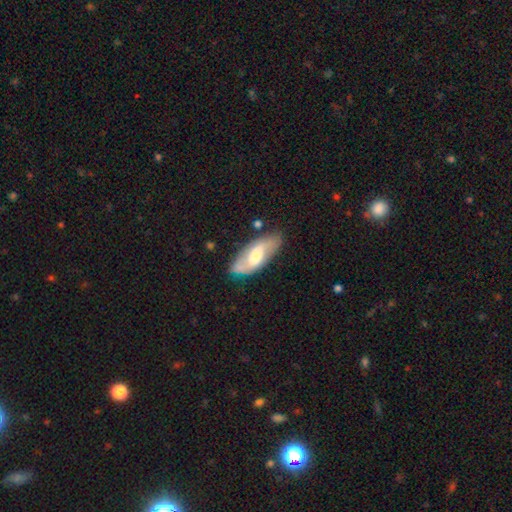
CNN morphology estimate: Smooth or featured?
  - featured or disk: 53% *
  - smooth: 42%
  - star or artifact: 5%
Edge-on disk?
  - no: 85% *
  - yes: 15%
Merging?
  - none: 74% *
  - minor disturbance: 19%
  - major disturbance: 5%
  - merger: 3%